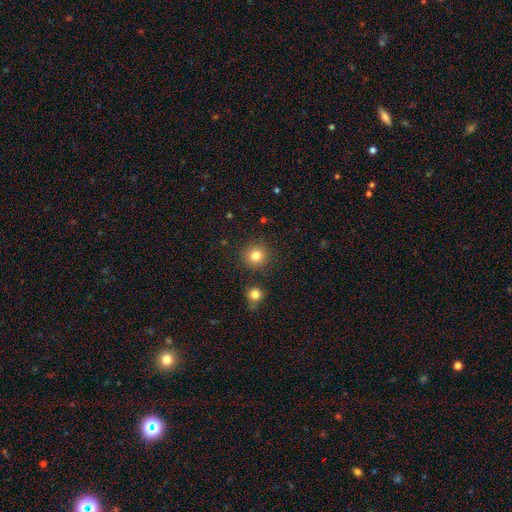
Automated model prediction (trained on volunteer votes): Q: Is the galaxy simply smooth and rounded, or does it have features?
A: smooth — 82%.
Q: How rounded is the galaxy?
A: round — 92%.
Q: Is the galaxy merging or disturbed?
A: none — 88%.